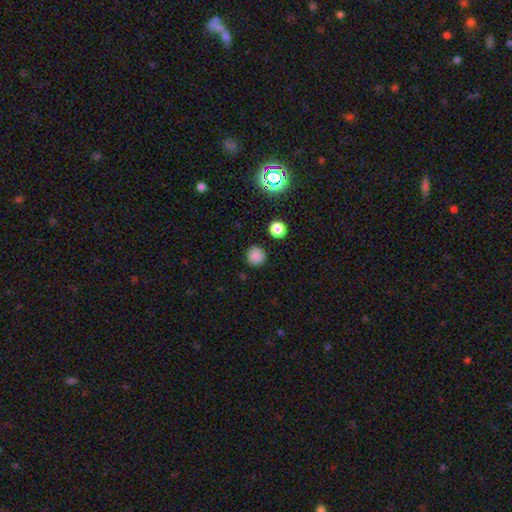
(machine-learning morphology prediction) type=smooth (83%); roundness=round (93%); merging=none (88%).